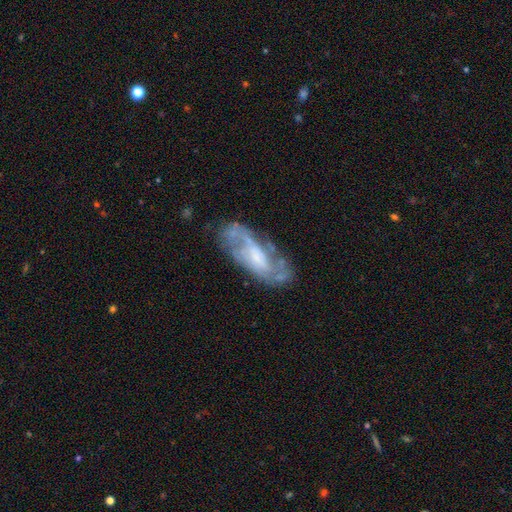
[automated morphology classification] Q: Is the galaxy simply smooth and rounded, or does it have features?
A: featured or disk — 71%.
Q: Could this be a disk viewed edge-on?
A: no — 88%.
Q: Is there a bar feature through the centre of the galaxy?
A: no — 51%.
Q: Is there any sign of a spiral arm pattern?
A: yes — 73%.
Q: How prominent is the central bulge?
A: moderate — 37%.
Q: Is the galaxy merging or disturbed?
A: none — 61%.